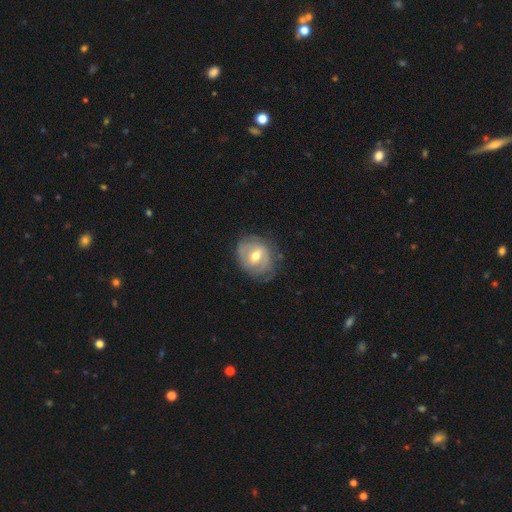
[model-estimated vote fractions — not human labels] Morphology: type=featured or disk (64%); edge-on=no (96%); bar=weak (52%); spiral arms=yes (66%); bulge=moderate (74%); merging=none (68%).